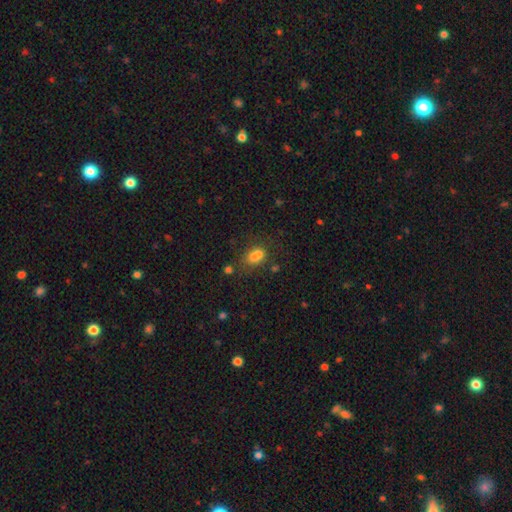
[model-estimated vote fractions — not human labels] smooth 74%, star or artifact 14%, featured or disk 12%. Down the decision tree: how rounded — in between (73%); merging — none (42%).